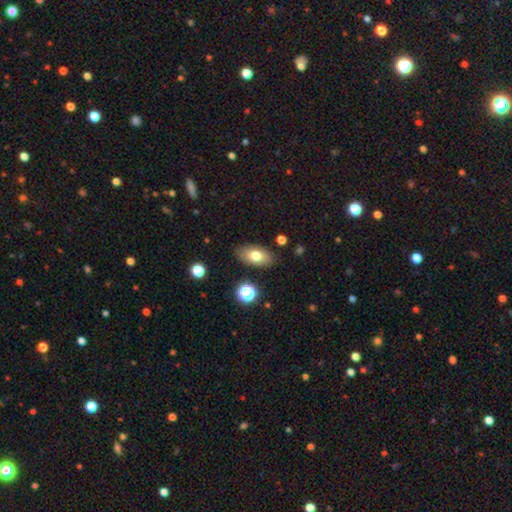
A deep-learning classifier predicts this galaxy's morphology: Smooth or featured?
  - smooth: 73% *
  - featured or disk: 18%
  - star or artifact: 9%
How rounded?
  - in between: 90% *
  - round: 7%
  - cigar-shaped: 4%
Merging?
  - none: 85% *
  - minor disturbance: 10%
  - major disturbance: 3%
  - merger: 2%